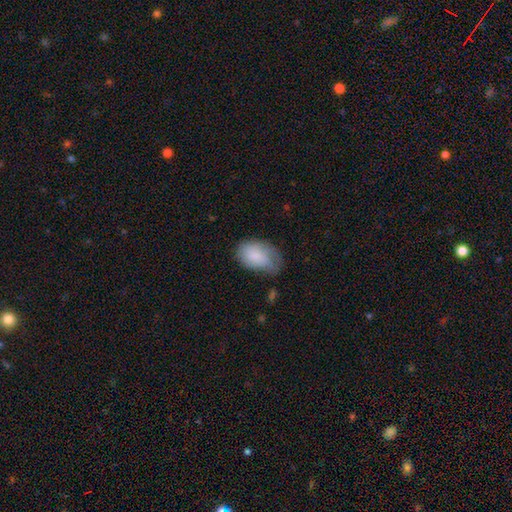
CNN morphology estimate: Smooth or featured? smooth (81%)
How rounded? in between (89%)
Merging? minor disturbance (40%)